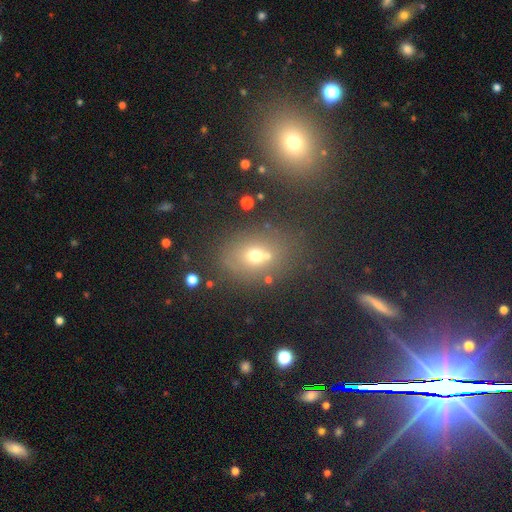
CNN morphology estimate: type=smooth (63%); roundness=round (51%); merging=none (63%).